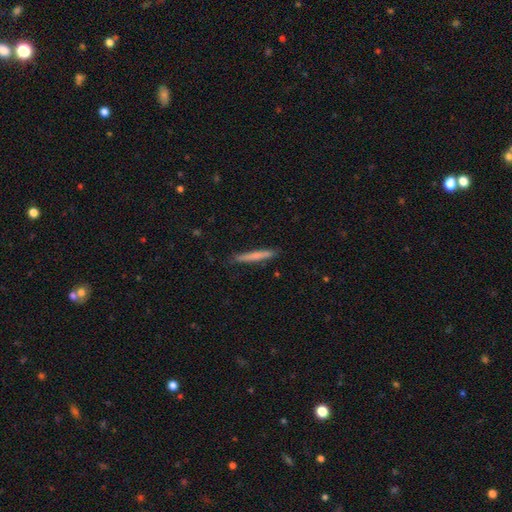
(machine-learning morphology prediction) smooth_or_featured: smooth (p=0.67) [alt: featured or disk p=0.27]
how_rounded: cigar-shaped (p=0.96) [alt: in between p=0.03]
merging: none (p=0.87) [alt: minor disturbance p=0.10]